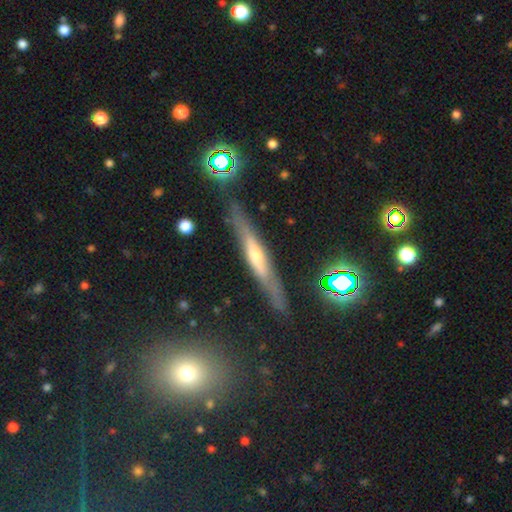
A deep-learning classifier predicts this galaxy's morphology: This is likely a featured or disk galaxy (69%). It is clearly viewed edge-on (92%). Edge-on bulge: likely rounded (66%). Merging: clearly none (85%).